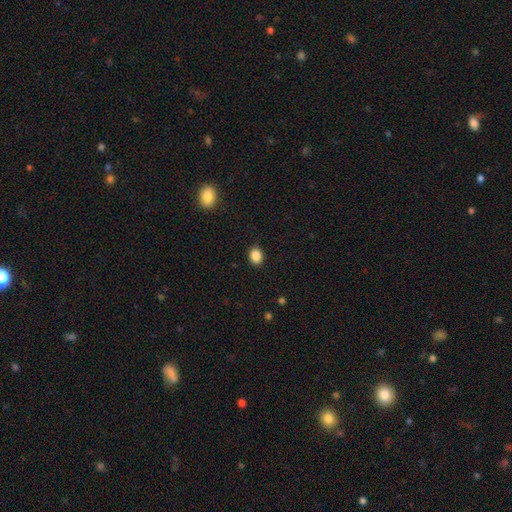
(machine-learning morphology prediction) A smooth galaxy with no disk features (87%) that is in between round and cigar-shaped (57%).

Vote fractions:
- Smooth or featured? smooth: 87% / star or artifact: 10% / featured or disk: 3%
- How rounded? in between: 57% / round: 42% / cigar-shaped: 1%
- Merging? none: 89% / minor disturbance: 8% / major disturbance: 2% / merger: 1%